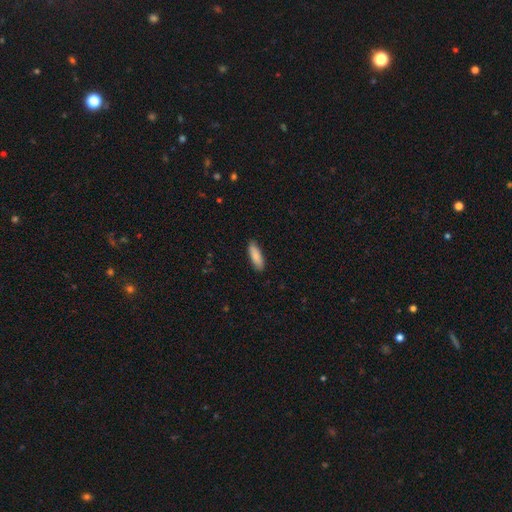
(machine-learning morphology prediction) Q: Smooth or featured?
A: smooth (87%); runner-up: featured or disk (8%)
Q: How rounded?
A: in between (50%); runner-up: cigar-shaped (49%)
Q: Merging?
A: none (89%); runner-up: minor disturbance (9%)